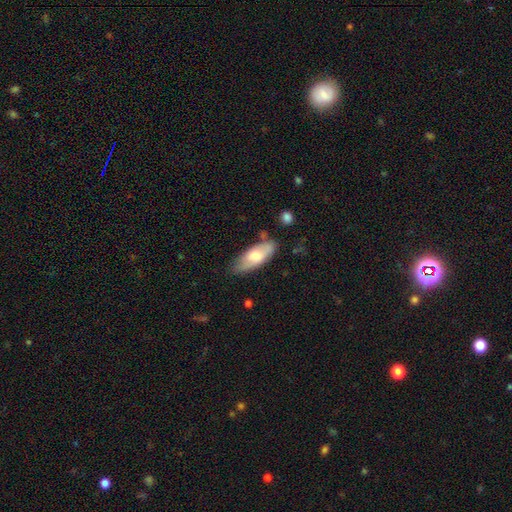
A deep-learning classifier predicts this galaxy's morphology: smooth_or_featured: smooth (p=0.67) [alt: featured or disk p=0.27]
how_rounded: in between (p=0.78) [alt: cigar-shaped p=0.20]
merging: none (p=0.70) [alt: minor disturbance p=0.22]